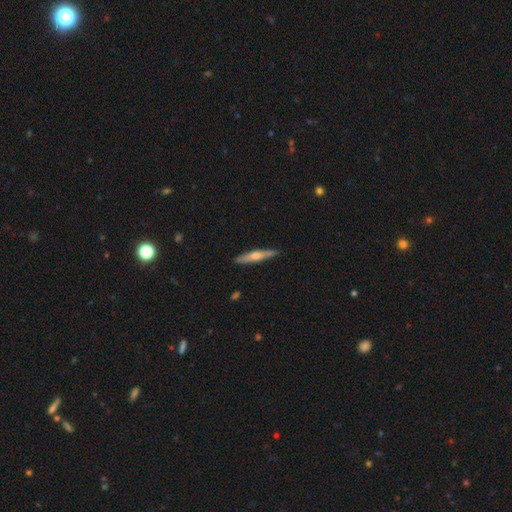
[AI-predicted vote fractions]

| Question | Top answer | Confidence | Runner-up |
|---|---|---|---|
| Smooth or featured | featured or disk | 59% | smooth (35%) |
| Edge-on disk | yes | 96% | no (4%) |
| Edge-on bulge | rounded | 88% | none (8%) |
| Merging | none | 91% | minor disturbance (7%) |